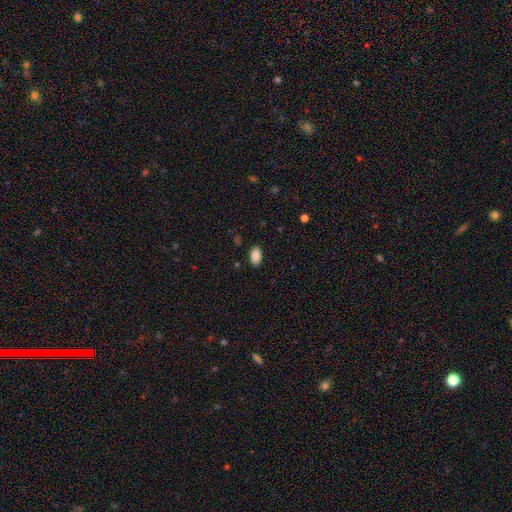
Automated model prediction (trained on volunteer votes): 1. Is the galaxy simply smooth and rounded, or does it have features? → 82% smooth, 10% featured or disk, 8% star or artifact.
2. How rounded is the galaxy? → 93% in between, 5% round, 3% cigar-shaped.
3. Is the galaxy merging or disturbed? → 88% none, 9% minor disturbance, 2% major disturbance, 1% merger.